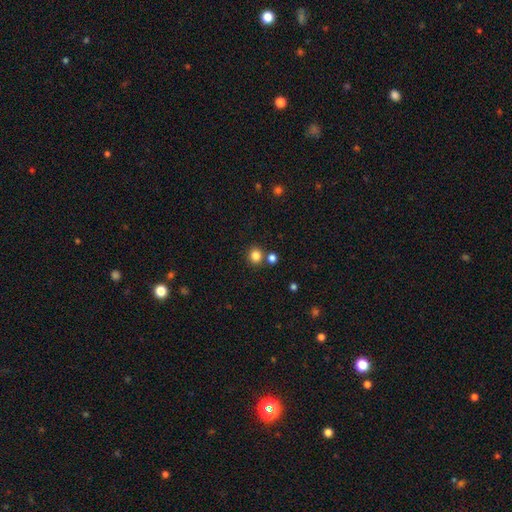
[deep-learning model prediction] smooth-or-featured: smooth: 83% | star or artifact: 13% | featured or disk: 5%
  how-rounded: round: 88% | in between: 12% | cigar-shaped: 1%
  merging: none: 79% | merger: 12% | minor disturbance: 7% | major disturbance: 3%